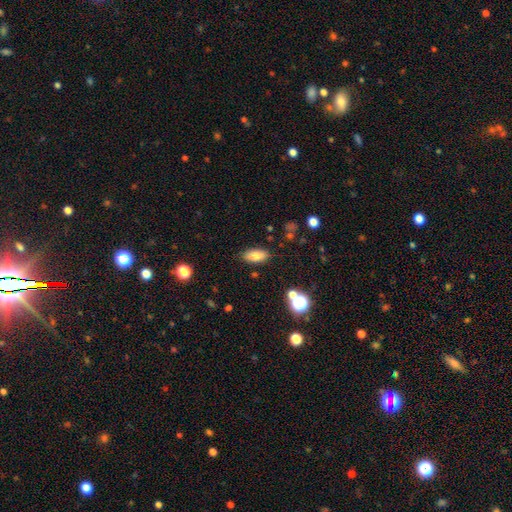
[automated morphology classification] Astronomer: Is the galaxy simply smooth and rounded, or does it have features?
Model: smooth — 78%.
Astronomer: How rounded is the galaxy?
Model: in between — 86%.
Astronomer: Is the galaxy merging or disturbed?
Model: none — 85%.